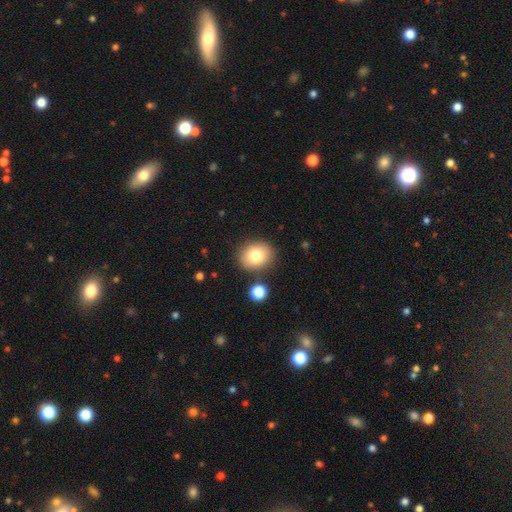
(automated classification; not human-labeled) Smooth or featured? smooth (80%)
How rounded? round (61%)
Merging? none (84%)